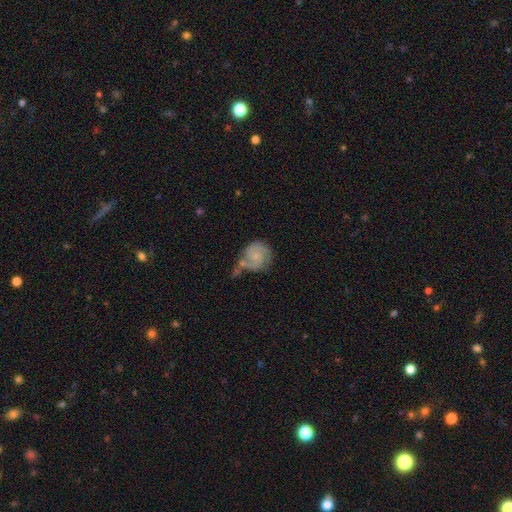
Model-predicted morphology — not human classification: Smooth or featured? Predicted: featured or disk (p=0.71). Edge-on disk? Predicted: no (p=0.98). Bar? Predicted: no (p=0.69). Spiral arms? Predicted: yes (p=0.93). Spiral winding? Predicted: tight (p=0.47). Spiral arm count? Predicted: 2 (p=0.67). Bulge size? Predicted: small (p=0.66). Merging? Predicted: none (p=0.42).